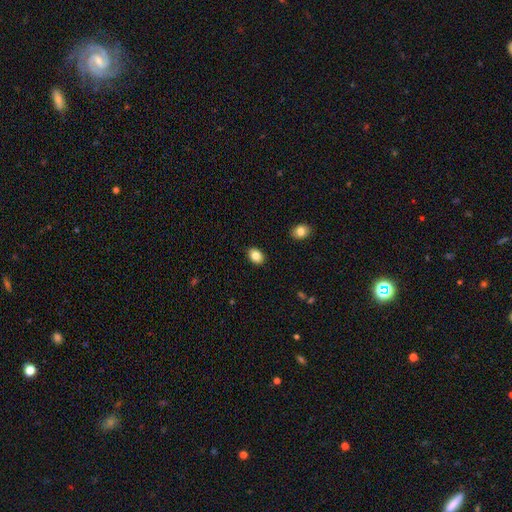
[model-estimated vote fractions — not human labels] smooth 85%, star or artifact 9%, featured or disk 7%. Down the decision tree: how rounded — in between (72%); merging — none (89%).